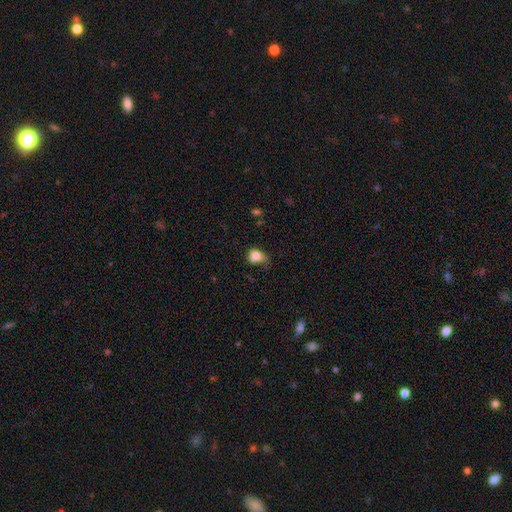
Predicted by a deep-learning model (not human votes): Smooth or featured?
  - smooth: 78% *
  - featured or disk: 11%
  - star or artifact: 11%
How rounded?
  - in between: 61% *
  - round: 38%
  - cigar-shaped: 2%
Merging?
  - minor disturbance: 36% *
  - none: 35%
  - major disturbance: 19%
  - merger: 11%